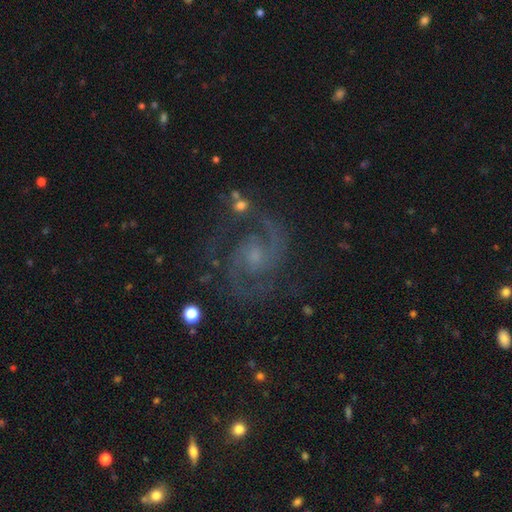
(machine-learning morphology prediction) A featured or disk galaxy (89%) with no bar (57%), 2 (91%) medium (61%) spiral arms (98%) and a small central bulge (53%).

Vote fractions:
- Smooth or featured? featured or disk: 89% / star or artifact: 7% / smooth: 4%
- Edge-on disk? no: 98% / yes: 2%
- Bar? no: 57% / weak: 36% / strong: 7%
- Spiral arms? yes: 98% / no: 2%
- Spiral winding? medium: 61% / tight: 25% / loose: 14%
- Spiral arm count? 2: 91% / can't tell: 2% / 3: 2% / 1: 1% / 4: 1% / more than 4: 1%
- Bulge size? small: 53% / moderate: 34% / none: 9% / large: 3% / dominant: 1%
- Merging? none: 77% / minor disturbance: 13% / major disturbance: 7% / merger: 3%